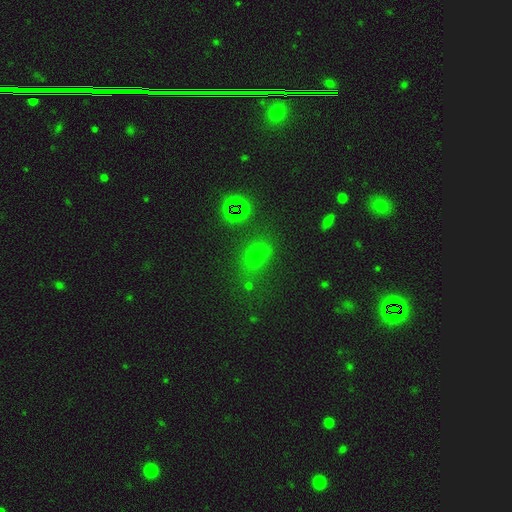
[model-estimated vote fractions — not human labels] Smooth or featured? smooth (63%)
How rounded? in between (49%)
Merging? none (72%)